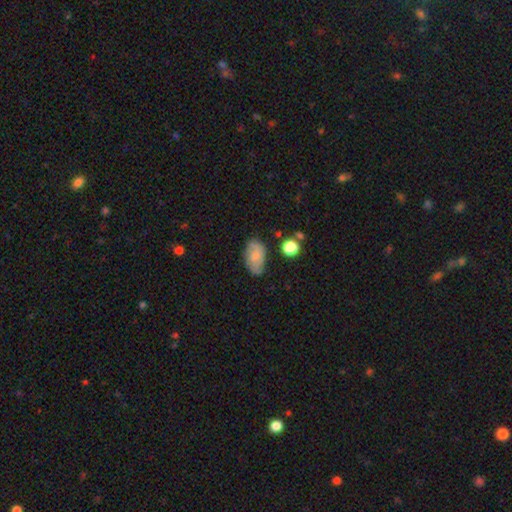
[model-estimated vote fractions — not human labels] Smooth or featured: smooth — 65% (featured or disk — 27%)
How rounded: in between — 91% (round — 7%)
Merging: none — 67% (minor disturbance — 24%)